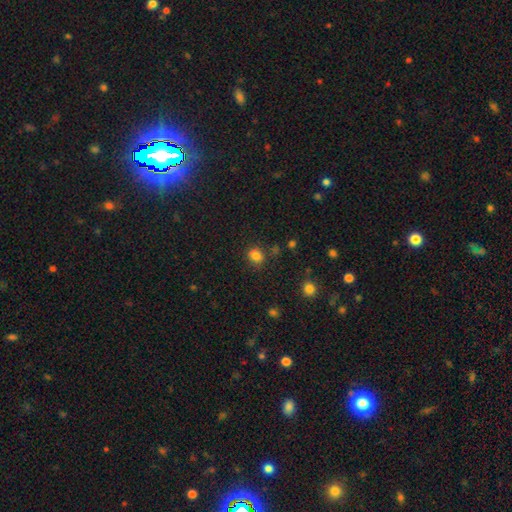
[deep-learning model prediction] smooth 80%, star or artifact 14%, featured or disk 6%. Down the decision tree: how rounded — round (69%); merging — none (79%).